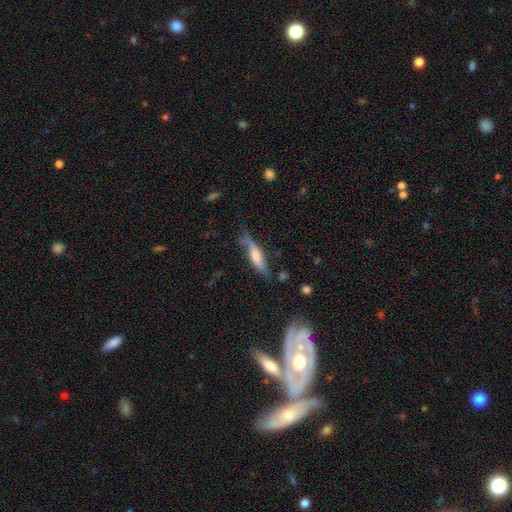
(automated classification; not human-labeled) smooth_or_featured: featured or disk (p=0.51) [alt: smooth p=0.42]
disk_edge_on: yes (p=0.68) [alt: no p=0.32]
merging: none (p=0.53) [alt: minor disturbance p=0.31]